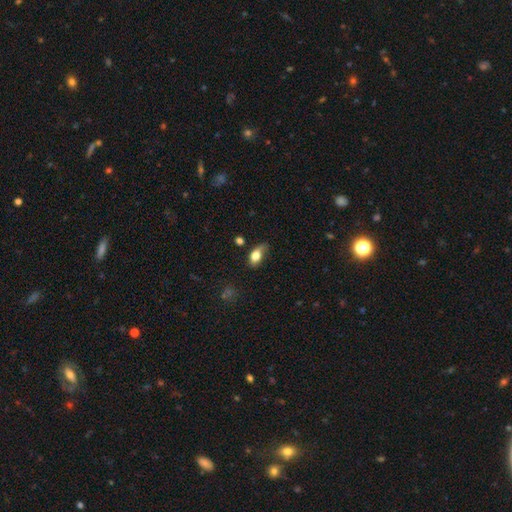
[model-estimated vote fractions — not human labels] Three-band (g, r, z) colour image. It shows a smooth galaxy with no disk features (76%) that is in between round and cigar-shaped (85%). Merging: none (39%).